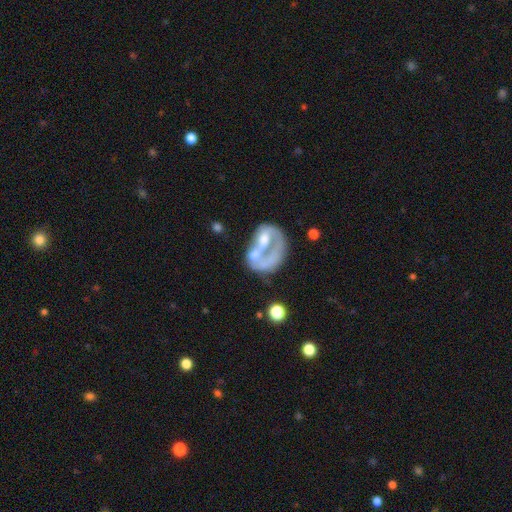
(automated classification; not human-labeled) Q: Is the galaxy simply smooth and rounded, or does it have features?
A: featured or disk — 65%.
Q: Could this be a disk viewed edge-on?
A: no — 98%.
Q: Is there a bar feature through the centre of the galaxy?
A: no — 75%.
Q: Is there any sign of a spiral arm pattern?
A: no — 60%.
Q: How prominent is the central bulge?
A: moderate — 36%.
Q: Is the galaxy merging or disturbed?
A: major disturbance — 34%.